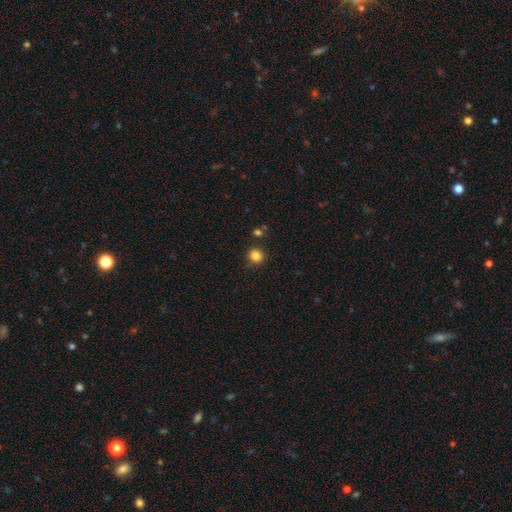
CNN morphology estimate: Smooth or featured? Predicted: smooth (p=0.84). How rounded? Predicted: round (p=0.89). Merging? Predicted: none (p=0.87).